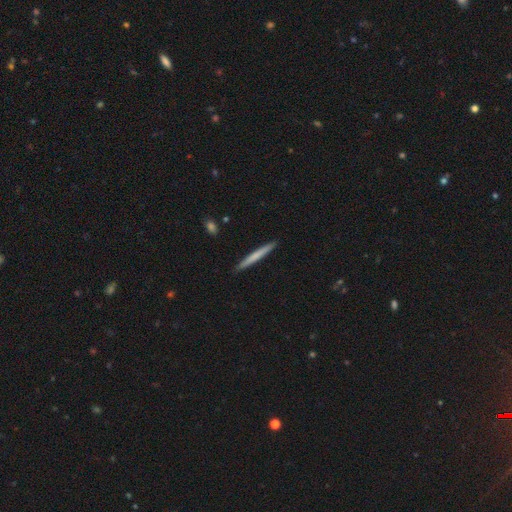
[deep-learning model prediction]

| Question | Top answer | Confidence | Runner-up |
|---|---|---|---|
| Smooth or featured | smooth | 63% | featured or disk (31%) |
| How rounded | cigar-shaped | 97% | in between (2%) |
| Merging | none | 92% | minor disturbance (6%) |